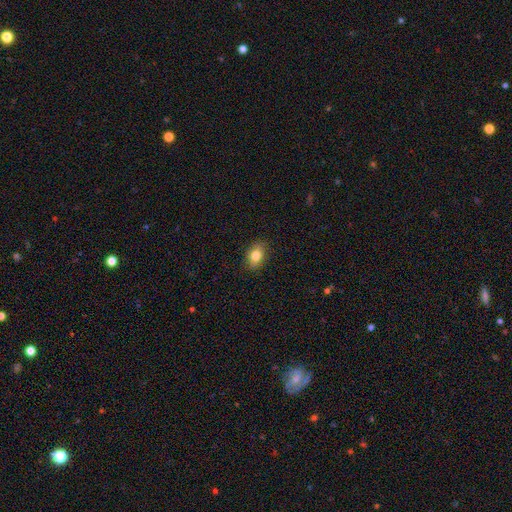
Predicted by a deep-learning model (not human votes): Smooth or featured?
  - smooth: 80% *
  - featured or disk: 11%
  - star or artifact: 9%
How rounded?
  - in between: 80% *
  - round: 17%
  - cigar-shaped: 2%
Merging?
  - none: 87% *
  - minor disturbance: 10%
  - major disturbance: 2%
  - merger: 1%